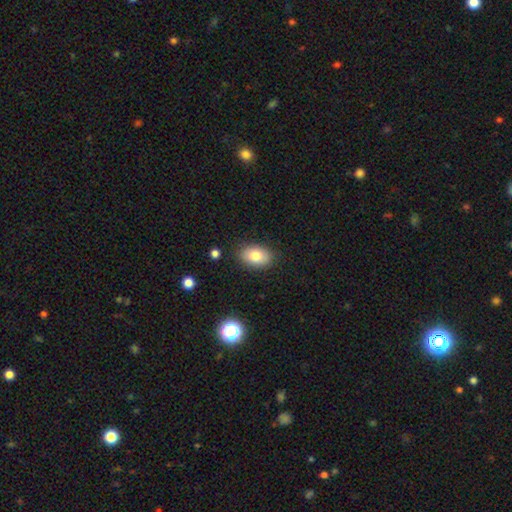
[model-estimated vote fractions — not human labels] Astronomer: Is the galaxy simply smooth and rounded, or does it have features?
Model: smooth — 81%.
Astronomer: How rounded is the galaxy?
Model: in between — 87%.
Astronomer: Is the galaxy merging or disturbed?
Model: none — 85%.